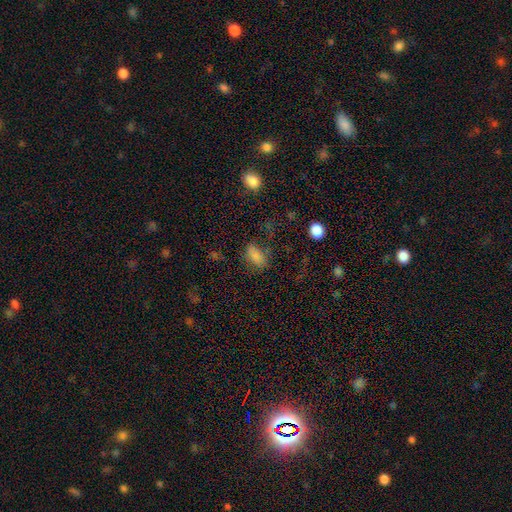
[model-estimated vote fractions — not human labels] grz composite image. It shows a smooth galaxy with no disk features (75%) that is in between round and cigar-shaped (89%). Merging: none (60%).